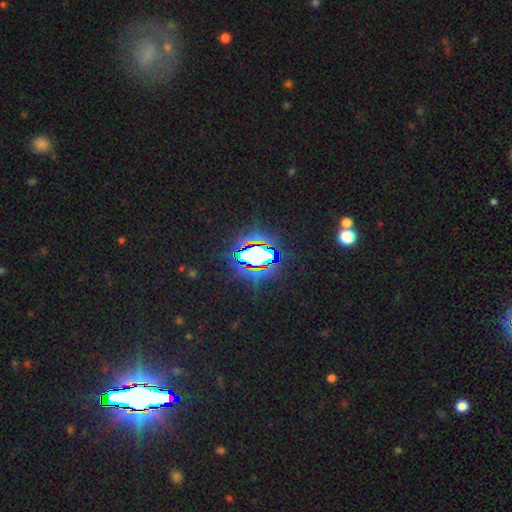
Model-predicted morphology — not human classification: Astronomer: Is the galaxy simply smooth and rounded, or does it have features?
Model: star or artifact — 74%.